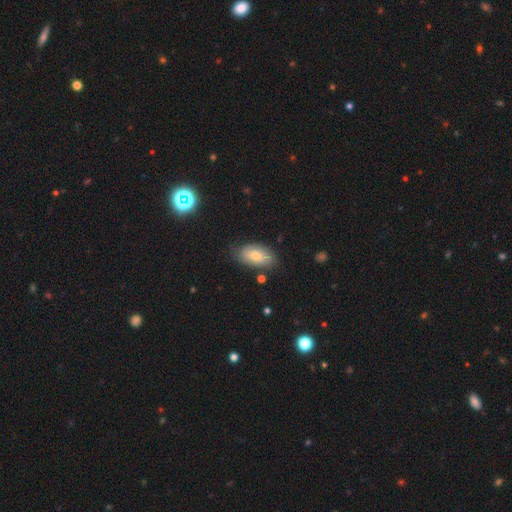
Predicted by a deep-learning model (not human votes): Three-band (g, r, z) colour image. It shows a smooth galaxy with no disk features (67%) that is in between round and cigar-shaped (93%). Merging: none (71%).